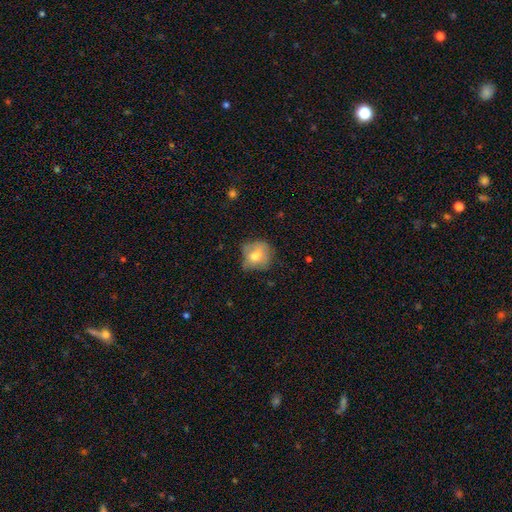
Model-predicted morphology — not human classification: A smooth galaxy with no disk features (65%) that is round (65%). Merging: none (48%).